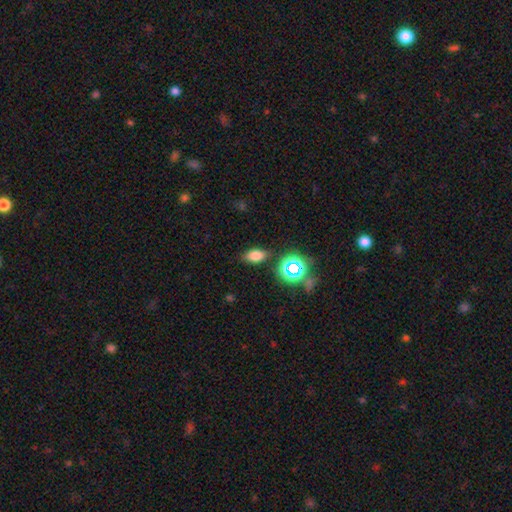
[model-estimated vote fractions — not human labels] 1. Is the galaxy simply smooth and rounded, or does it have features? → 71% smooth, 19% star or artifact, 9% featured or disk.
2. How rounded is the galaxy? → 85% in between, 10% round, 4% cigar-shaped.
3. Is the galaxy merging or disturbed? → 82% none, 12% minor disturbance, 3% major disturbance, 3% merger.